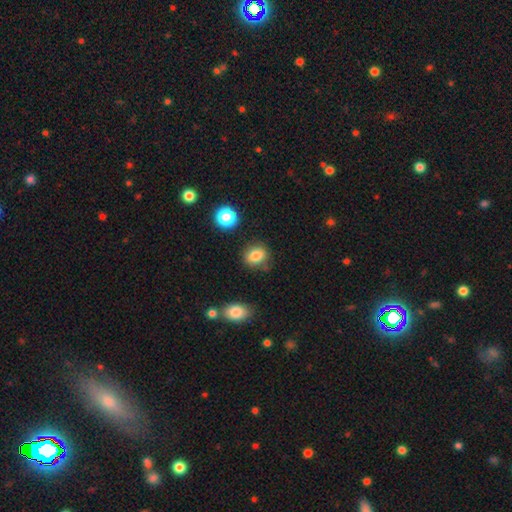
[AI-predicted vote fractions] The model was most divided on "how rounded": round: 59%, in between: 40%, cigar-shaped: 1%. More confident: smooth or featured — smooth (83%); merging — none (79%).